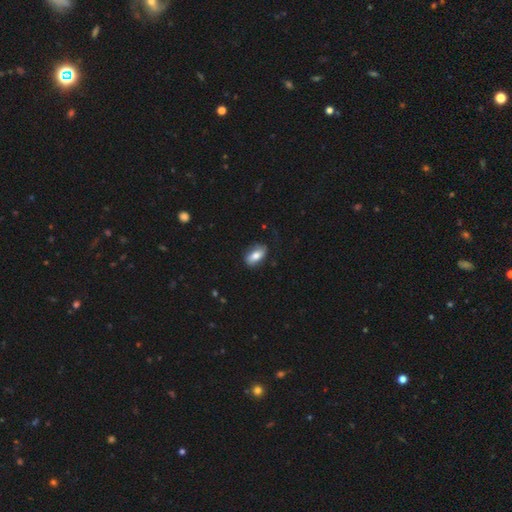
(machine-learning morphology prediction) type=smooth (75%); roundness=in between (90%); merging=none (71%).